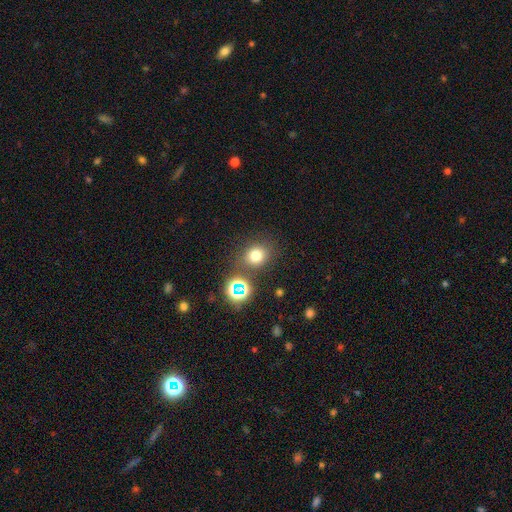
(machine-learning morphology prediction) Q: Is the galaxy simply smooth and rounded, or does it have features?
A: smooth — 73%.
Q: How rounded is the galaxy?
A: round — 75%.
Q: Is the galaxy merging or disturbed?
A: none — 78%.